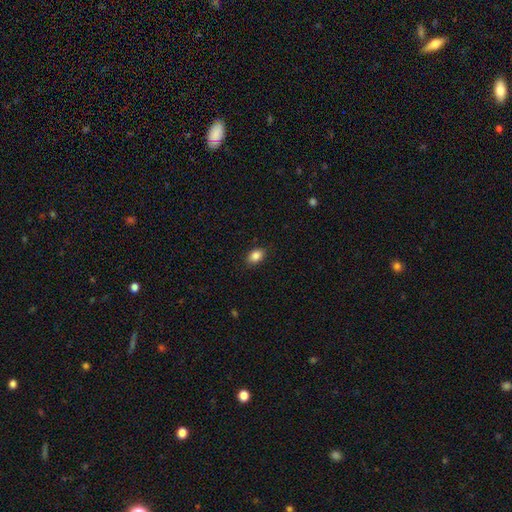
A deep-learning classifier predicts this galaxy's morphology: smooth_or_featured: smooth (p=0.87) [alt: star or artifact p=0.09]
how_rounded: in between (p=0.82) [alt: round p=0.17]
merging: none (p=0.87) [alt: minor disturbance p=0.10]